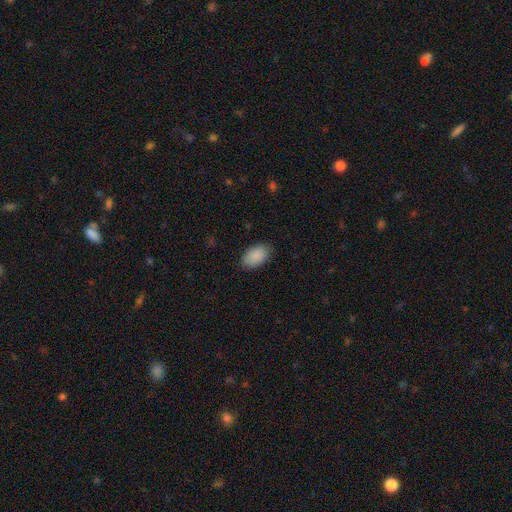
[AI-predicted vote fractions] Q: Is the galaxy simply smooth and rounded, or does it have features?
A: smooth — 90%.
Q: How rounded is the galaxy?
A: in between — 94%.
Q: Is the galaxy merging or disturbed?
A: none — 87%.